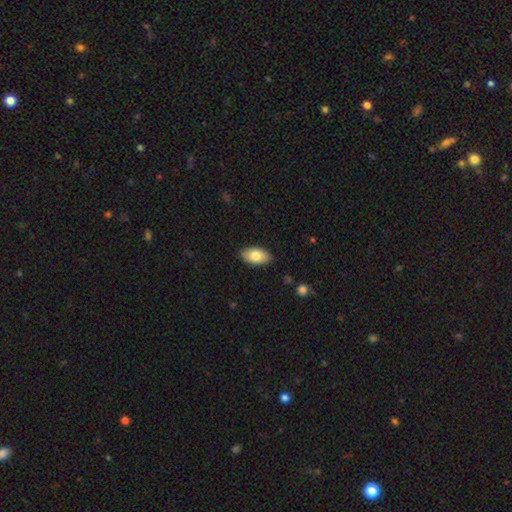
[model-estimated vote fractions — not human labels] smooth-or-featured: smooth: 81% | featured or disk: 13% | star or artifact: 6%
  how-rounded: in between: 95% | round: 3% | cigar-shaped: 2%
  merging: none: 87% | minor disturbance: 10% | major disturbance: 2% | merger: 1%